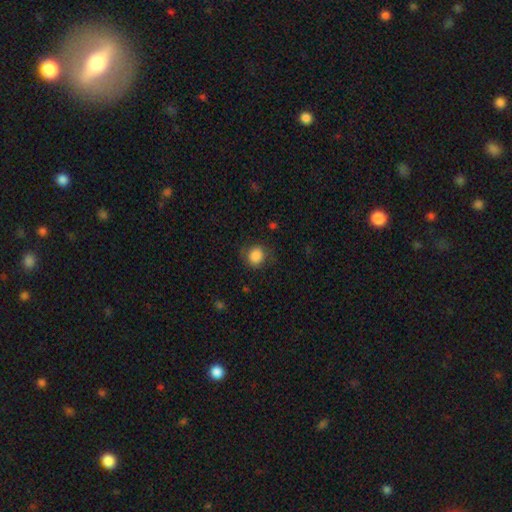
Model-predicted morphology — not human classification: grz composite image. It shows a smooth galaxy with no disk features (86%) that is round (82%). Merging: none (78%).